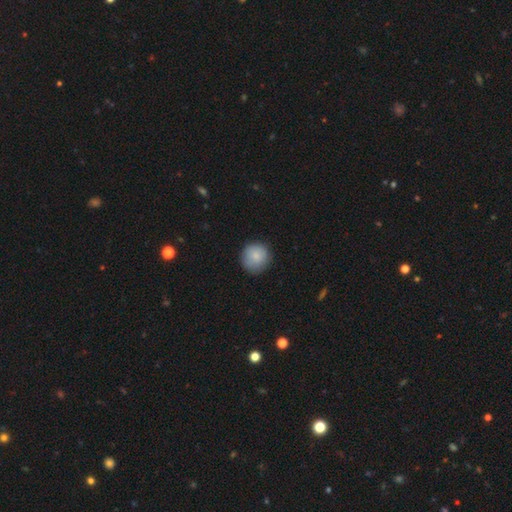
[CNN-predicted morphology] The model was most divided on "merging": none: 86%, minor disturbance: 10%, major disturbance: 2%, merger: 1%. More confident: how rounded — round (93%); smooth or featured — smooth (86%).